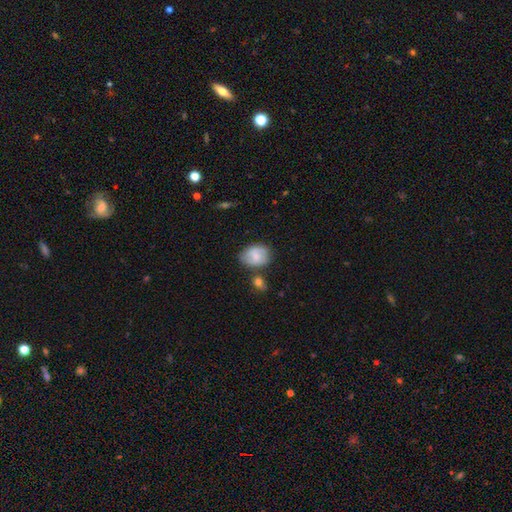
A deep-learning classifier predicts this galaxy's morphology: Smooth or featured? Predicted: smooth (p=0.63). How rounded? Predicted: in between (p=0.64). Merging? Predicted: none (p=0.65).